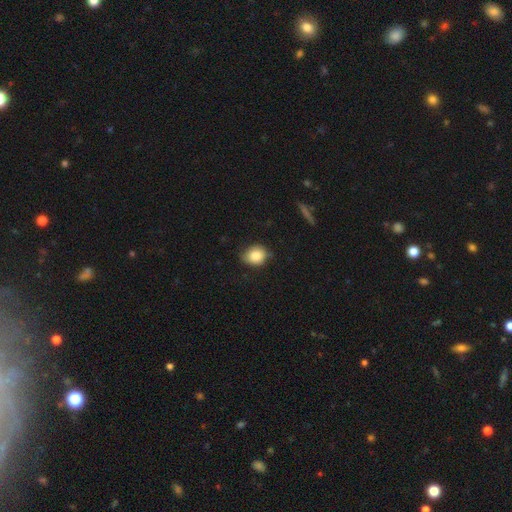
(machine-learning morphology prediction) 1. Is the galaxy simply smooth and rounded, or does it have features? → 84% smooth, 8% star or artifact, 8% featured or disk.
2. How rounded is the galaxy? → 62% round, 37% in between, 1% cigar-shaped.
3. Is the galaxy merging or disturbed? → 72% none, 23% minor disturbance, 4% major disturbance, 1% merger.